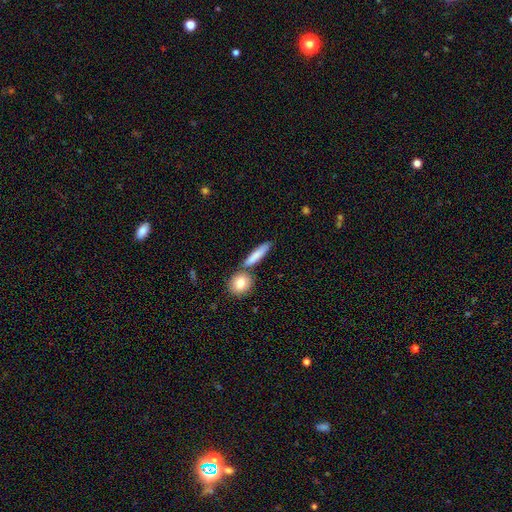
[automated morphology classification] This appears to be a smooth galaxy with no disk features (81%) that is cigar-shaped (74%). Merging: none (72%).